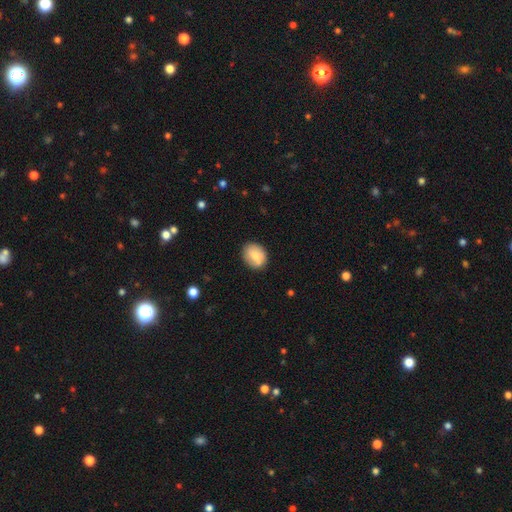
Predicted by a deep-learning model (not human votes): The model was most divided on "how rounded": round: 50%, in between: 49%, cigar-shaped: 1%. More confident: smooth or featured — smooth (74%); merging — none (68%).